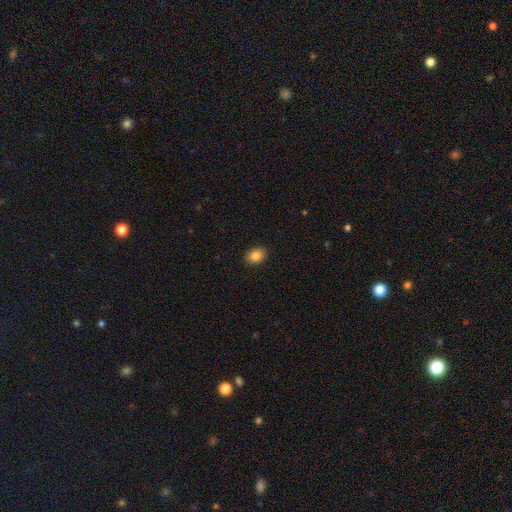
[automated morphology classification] smooth_or_featured: smooth (p=0.85) [alt: star or artifact p=0.09]
how_rounded: in between (p=0.72) [alt: round p=0.27]
merging: none (p=0.89) [alt: minor disturbance p=0.08]